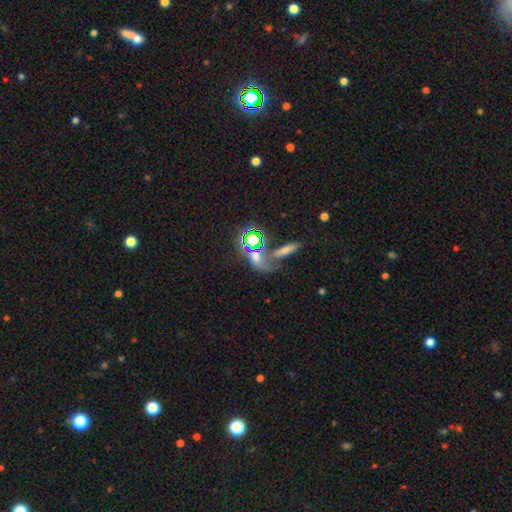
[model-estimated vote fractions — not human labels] smooth-or-featured: smooth: 42% | star or artifact: 41% | featured or disk: 18%
  merging: none: 44% | merger: 32% | minor disturbance: 13% | major disturbance: 11%